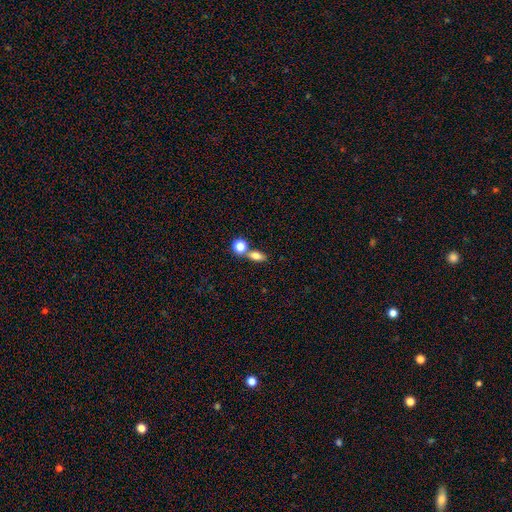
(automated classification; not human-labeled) Smooth or featured?
  - smooth: 77% *
  - featured or disk: 12%
  - star or artifact: 11%
How rounded?
  - in between: 71% *
  - round: 19%
  - cigar-shaped: 10%
Merging?
  - none: 58% *
  - merger: 28%
  - minor disturbance: 10%
  - major disturbance: 4%